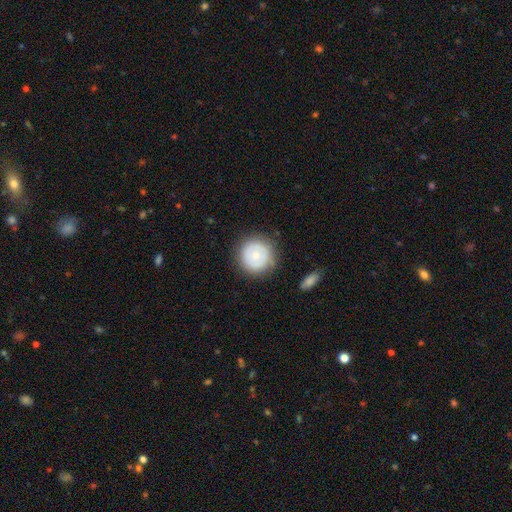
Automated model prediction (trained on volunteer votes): smooth_or_featured: smooth (p=0.63) [alt: featured or disk p=0.31]
how_rounded: round (p=0.93) [alt: in between p=0.06]
merging: none (p=0.80) [alt: minor disturbance p=0.13]